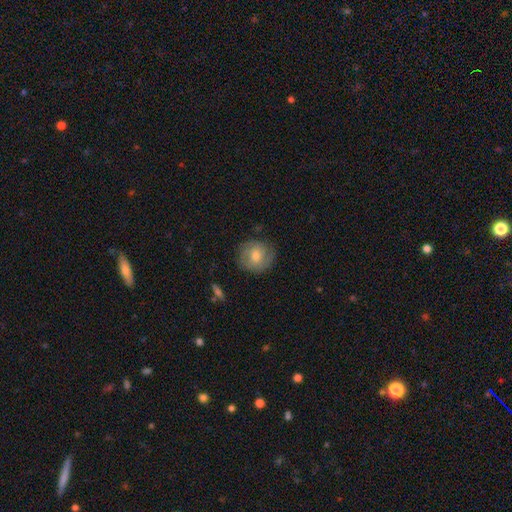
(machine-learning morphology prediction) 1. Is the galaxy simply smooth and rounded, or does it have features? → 56% smooth, 37% featured or disk, 7% star or artifact.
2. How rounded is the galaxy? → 86% round, 13% in between, 1% cigar-shaped.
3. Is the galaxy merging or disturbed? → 78% none, 16% minor disturbance, 5% major disturbance, 1% merger.